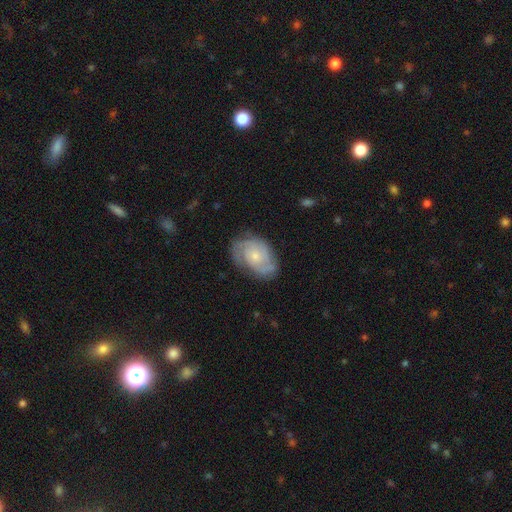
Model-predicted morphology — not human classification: Smooth or featured: featured or disk — 80% (smooth — 15%)
Edge-on disk: no — 97% (yes — 3%)
Bar: no — 74% (weak — 23%)
Spiral arms: yes — 95% (no — 5%)
Spiral winding: tight — 54% (medium — 37%)
Spiral arm count: 2 — 46% (3 — 22%)
Bulge size: small — 64% (moderate — 30%)
Merging: none — 72% (minor disturbance — 20%)